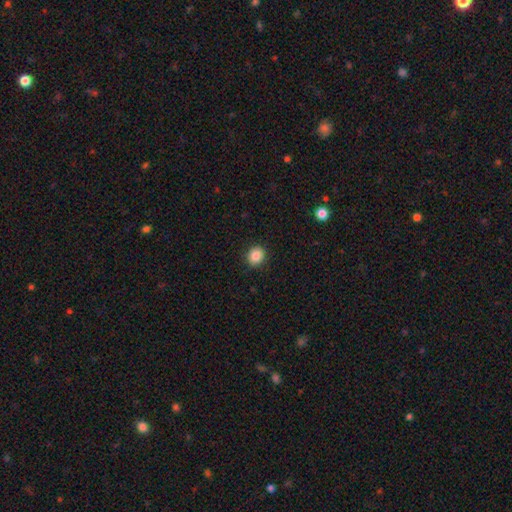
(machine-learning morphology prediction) A smooth galaxy with no disk features (86%) that is round (75%).

Vote fractions:
- Smooth or featured? smooth: 86% / star or artifact: 9% / featured or disk: 4%
- How rounded? round: 75% / in between: 24% / cigar-shaped: 1%
- Merging? none: 91% / minor disturbance: 6% / major disturbance: 2% / merger: 1%